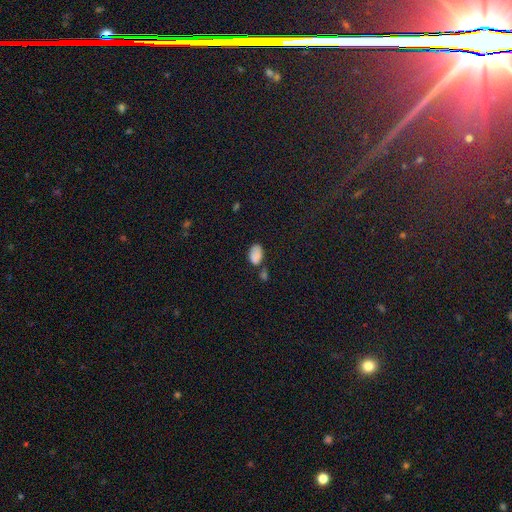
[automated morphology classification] Q: Smooth or featured?
A: smooth (84%); runner-up: star or artifact (10%)
Q: How rounded?
A: in between (91%); runner-up: round (8%)
Q: Merging?
A: none (50%); runner-up: minor disturbance (21%)